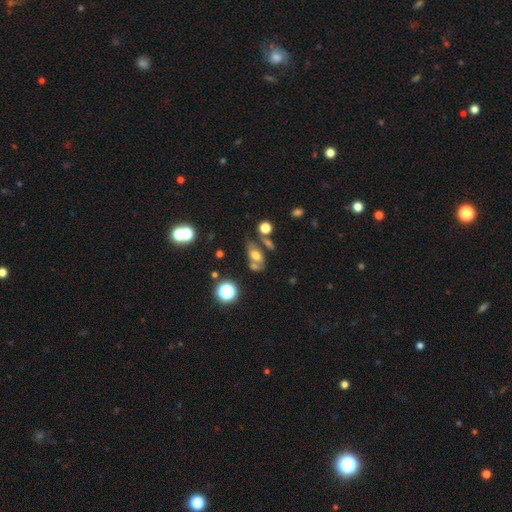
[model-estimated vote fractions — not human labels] This is possibly a smooth galaxy (57%). How rounded: likely in between (79%). Merging: possibly none (45%).